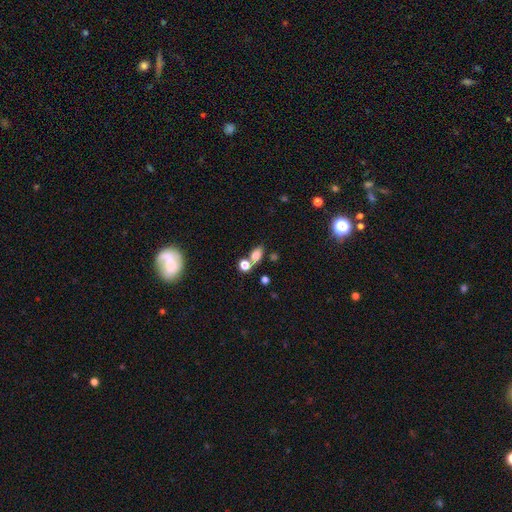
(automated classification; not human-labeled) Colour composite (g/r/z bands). It shows a smooth galaxy with no disk features (78%) that is in between round and cigar-shaped (80%). Merging: none (50%).